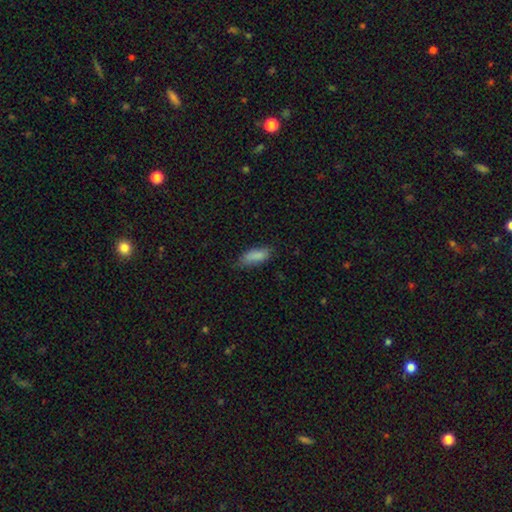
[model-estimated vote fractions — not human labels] This appears to be a smooth galaxy with no disk features (86%) that is in between round and cigar-shaped (77%). Merging: none (69%).